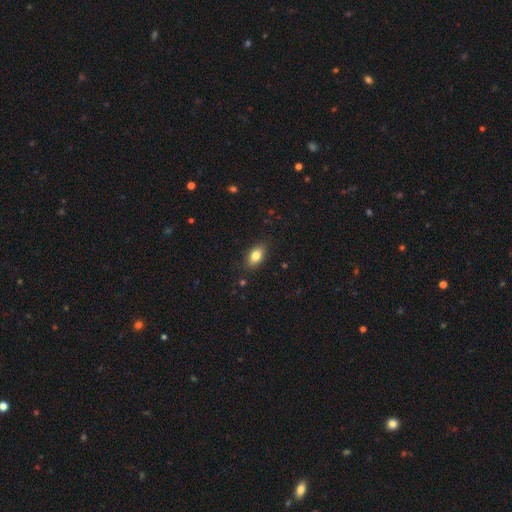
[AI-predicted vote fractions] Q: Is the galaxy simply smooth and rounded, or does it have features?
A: smooth — 83%.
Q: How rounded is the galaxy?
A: in between — 89%.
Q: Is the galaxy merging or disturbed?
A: none — 86%.